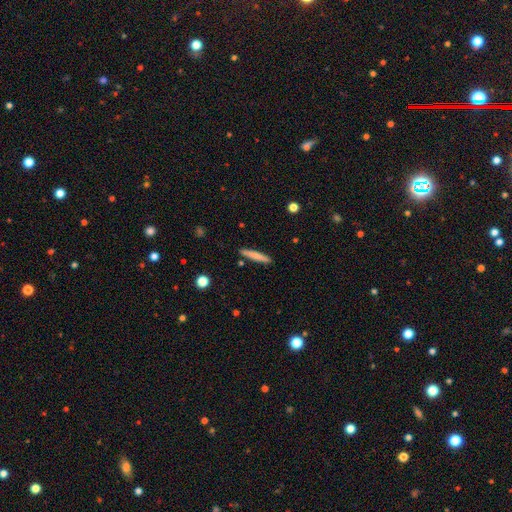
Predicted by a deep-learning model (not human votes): This appears to be a smooth galaxy with no disk features (73%) that is cigar-shaped (94%). Merging: none (89%).